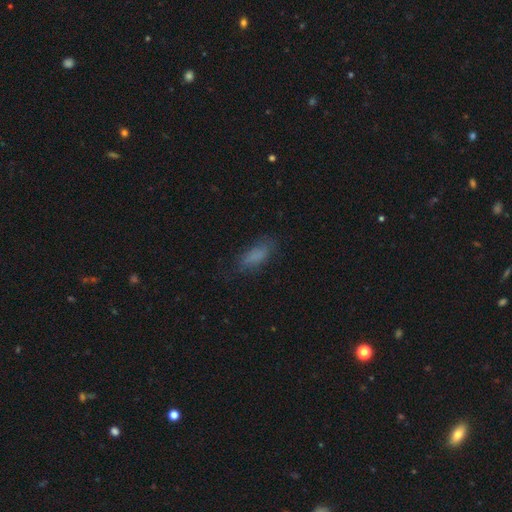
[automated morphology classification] smooth_or_featured: smooth (p=0.79) [alt: featured or disk p=0.11]
how_rounded: in between (p=0.72) [alt: cigar-shaped p=0.25]
merging: none (p=0.71) [alt: minor disturbance p=0.20]